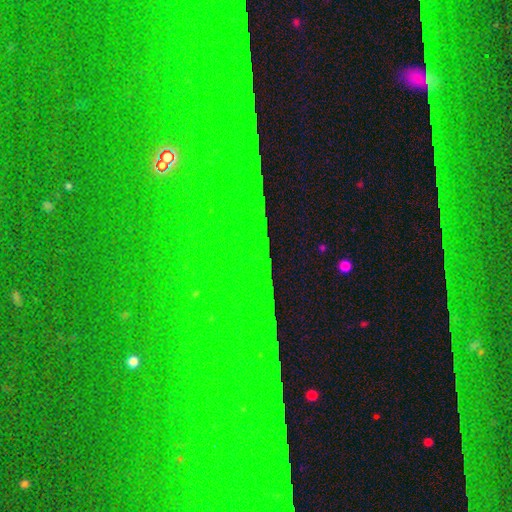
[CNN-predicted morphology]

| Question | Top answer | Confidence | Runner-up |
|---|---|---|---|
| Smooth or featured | star or artifact | 86% | featured or disk (8%) |